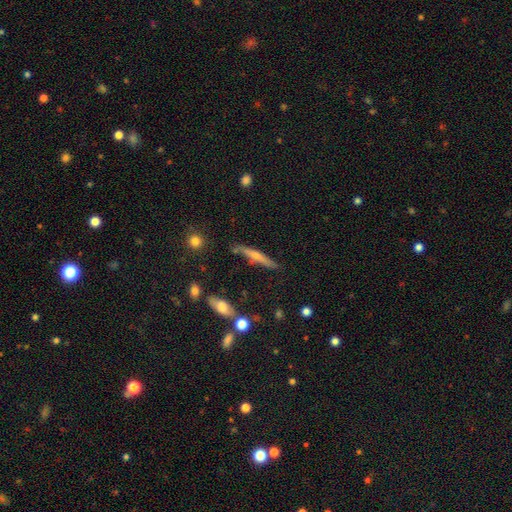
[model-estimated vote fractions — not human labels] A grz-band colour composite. It shows a featured or disk galaxy (57%) viewed edge-on (95%) with a rounded central bulge (72%). Merging: none (81%).